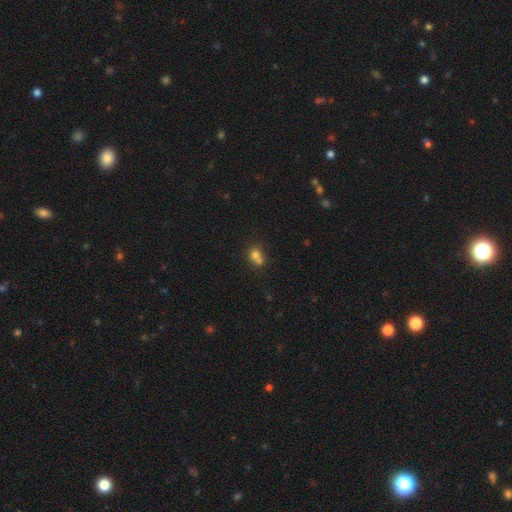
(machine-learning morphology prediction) Smooth or featured? smooth (71%)
How rounded? round (71%)
Merging? merger (58%)